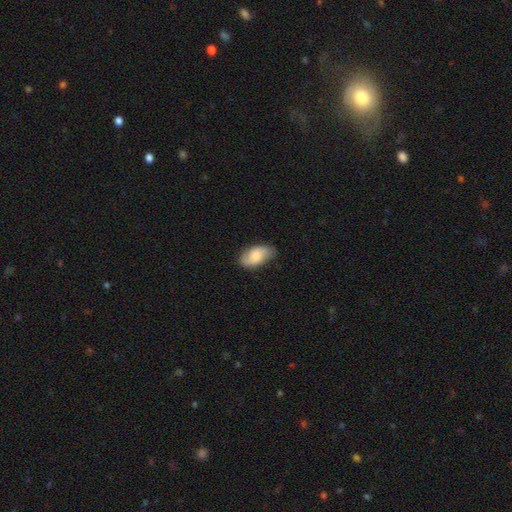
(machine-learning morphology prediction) A smooth galaxy with no disk features (69%) that is in between round and cigar-shaped (93%). Merging: none (71%).